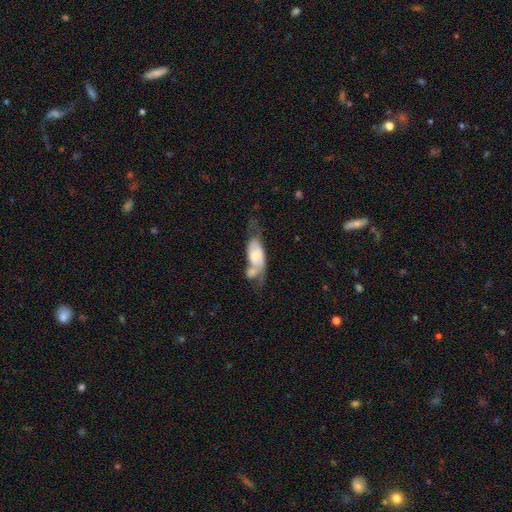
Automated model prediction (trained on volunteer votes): smooth-or-featured: featured or disk: 47% | smooth: 46% | star or artifact: 6%
  merging: merger: 41% | none: 21% | major disturbance: 20% | minor disturbance: 17%